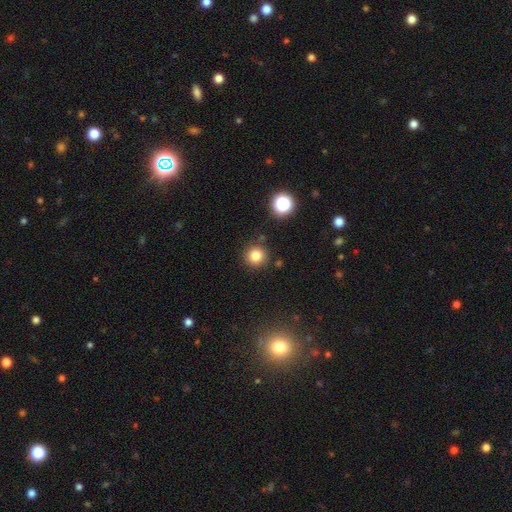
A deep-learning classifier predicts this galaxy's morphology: This appears to be a smooth galaxy with no disk features (81%) that is round (94%). Merging: none (87%).